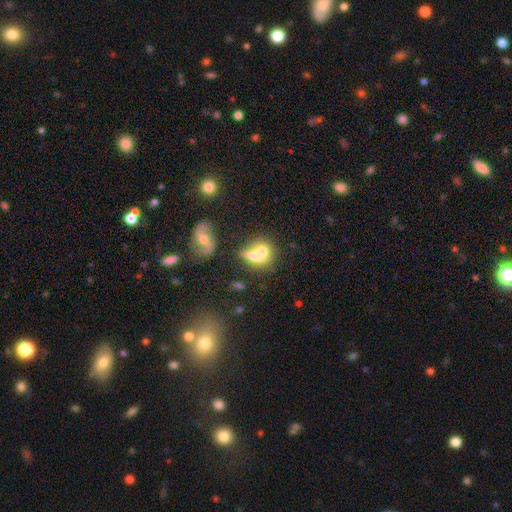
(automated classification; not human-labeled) Smooth or featured?
  - smooth: 59% *
  - featured or disk: 29%
  - star or artifact: 12%
How rounded?
  - in between: 51% *
  - round: 43%
  - cigar-shaped: 6%
Merging?
  - merger: 48% *
  - none: 28%
  - minor disturbance: 13%
  - major disturbance: 12%